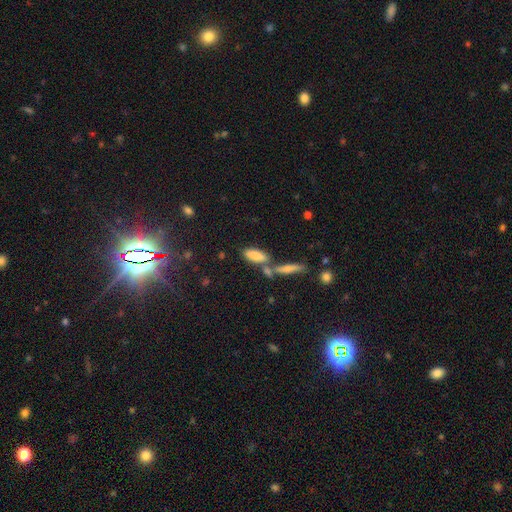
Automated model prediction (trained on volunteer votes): Q: Smooth or featured?
A: smooth (79%); runner-up: featured or disk (12%)
Q: How rounded?
A: in between (67%); runner-up: cigar-shaped (31%)
Q: Merging?
A: none (49%); runner-up: merger (36%)